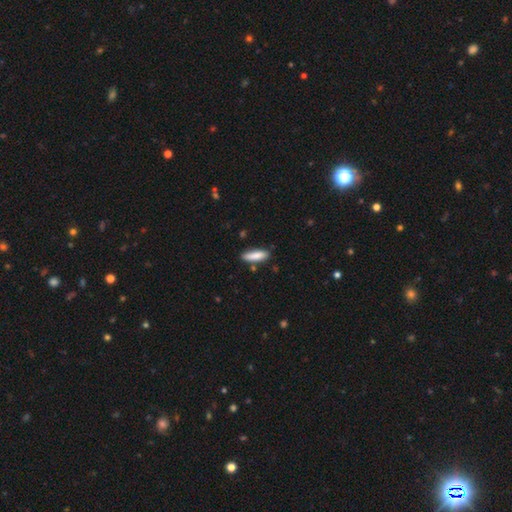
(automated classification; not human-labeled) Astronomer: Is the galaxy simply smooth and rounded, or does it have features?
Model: smooth — 84%.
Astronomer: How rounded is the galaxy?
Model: cigar-shaped — 55% (runner-up: in between, 43%).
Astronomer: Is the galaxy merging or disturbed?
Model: none — 78%.